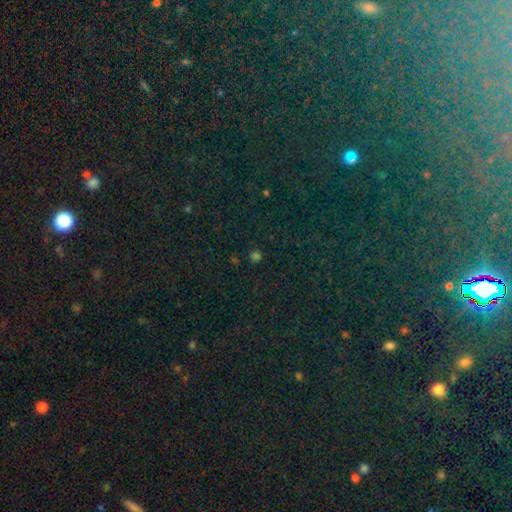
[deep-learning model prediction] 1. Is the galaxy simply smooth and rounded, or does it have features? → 68% star or artifact, 25% smooth, 7% featured or disk.